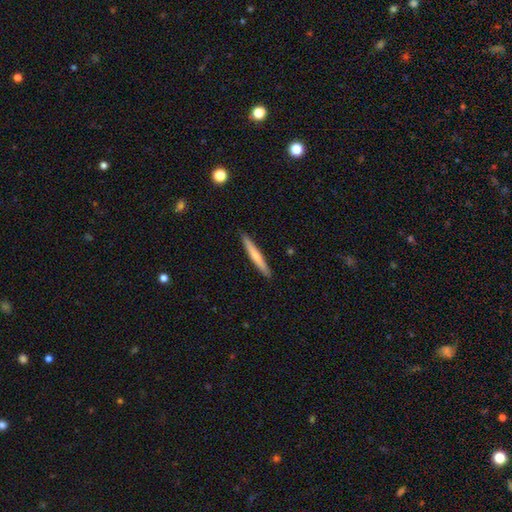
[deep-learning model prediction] smooth 58%, featured or disk 37%, star or artifact 5%. Down the decision tree: how rounded — cigar-shaped (95%); merging — none (91%).